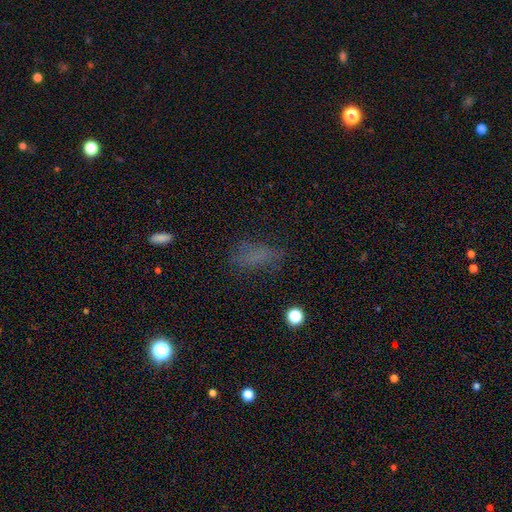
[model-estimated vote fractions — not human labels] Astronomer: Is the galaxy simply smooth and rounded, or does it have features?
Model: smooth — 65%.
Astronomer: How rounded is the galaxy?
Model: in between — 76%.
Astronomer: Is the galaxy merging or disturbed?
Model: none — 66%.